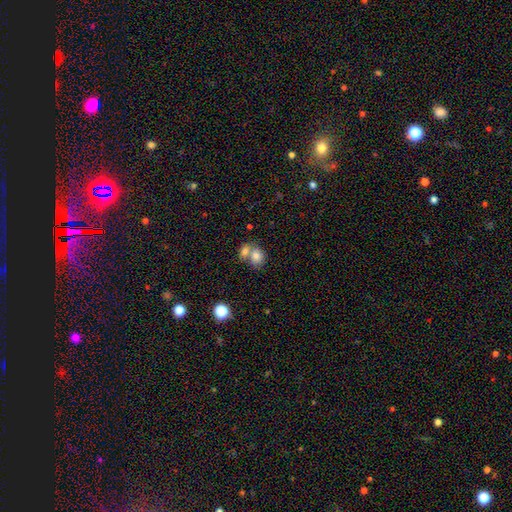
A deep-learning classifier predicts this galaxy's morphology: type=smooth (78%); roundness=round (51%); merging=merger (58%).